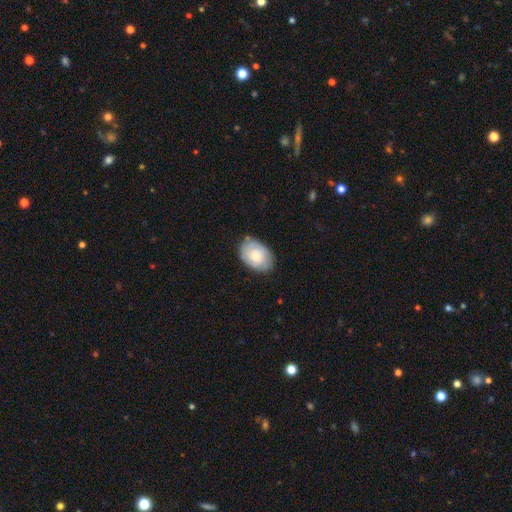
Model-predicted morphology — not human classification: smooth 63%, featured or disk 30%, star or artifact 6%. Down the decision tree: how rounded — in between (84%); merging — none (75%).